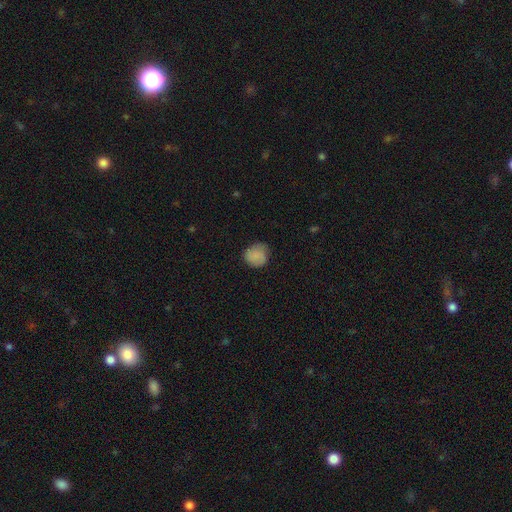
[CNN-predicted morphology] A smooth galaxy with no disk features (82%) that is round (82%). Merging: none (72%).